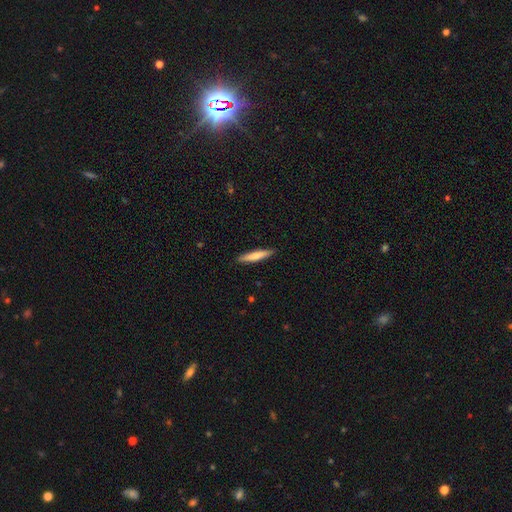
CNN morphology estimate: Overall: smooth (67%; featured or disk 27%). How rounded: cigar-shaped (89%). Merging: none (90%).